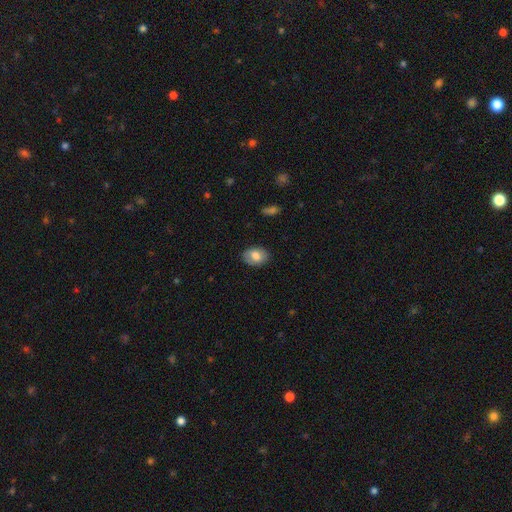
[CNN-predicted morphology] A smooth galaxy with no disk features (74%) that is in between round and cigar-shaped (80%).

Vote fractions:
- Smooth or featured? smooth: 74% / featured or disk: 19% / star or artifact: 7%
- How rounded? in between: 80% / round: 19% / cigar-shaped: 1%
- Merging? none: 82% / minor disturbance: 13% / major disturbance: 3% / merger: 1%